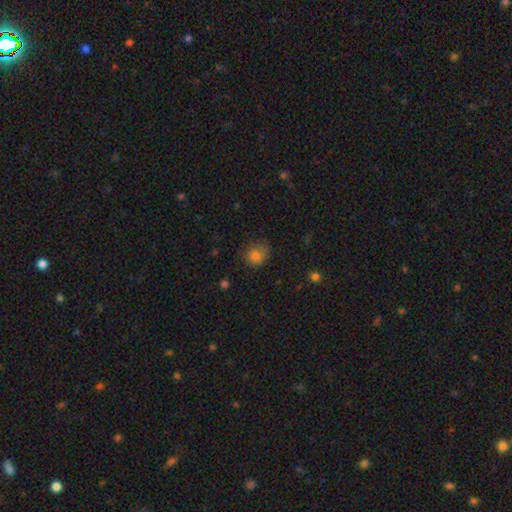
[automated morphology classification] The model was most divided on "merging": none: 60%, minor disturbance: 27%, major disturbance: 11%, merger: 2%. More confident: smooth or featured — smooth (76%); how rounded — round (74%).